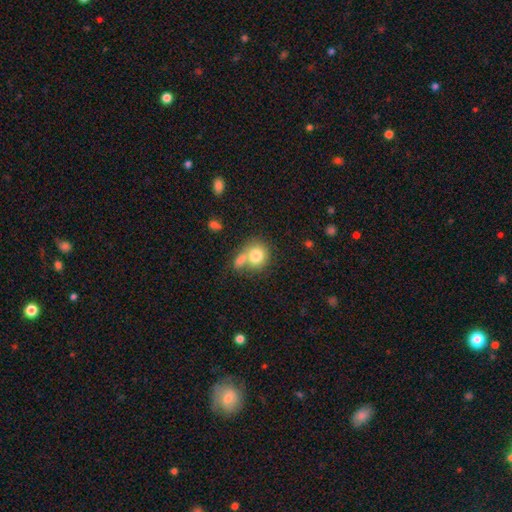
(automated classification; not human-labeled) Q: Smooth or featured?
A: smooth (79%); runner-up: featured or disk (13%)
Q: How rounded?
A: round (76%); runner-up: in between (23%)
Q: Merging?
A: merger (44%); runner-up: none (41%)